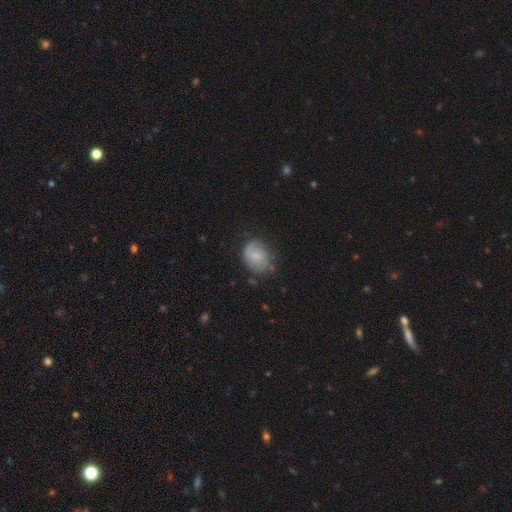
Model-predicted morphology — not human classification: smooth_or_featured: smooth (p=0.56) [alt: featured or disk p=0.36]
how_rounded: in between (p=0.54) [alt: round p=0.45]
merging: none (p=0.63) [alt: minor disturbance p=0.26]